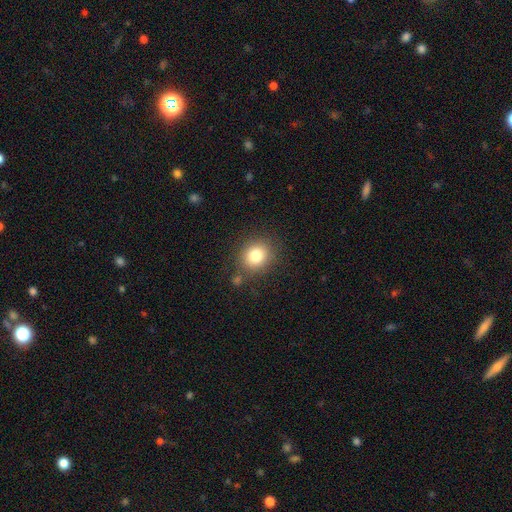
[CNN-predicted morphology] smooth-or-featured: smooth: 80% | star or artifact: 12% | featured or disk: 8%
  how-rounded: round: 77% | in between: 22% | cigar-shaped: 1%
  merging: none: 82% | minor disturbance: 10% | merger: 4% | major disturbance: 4%